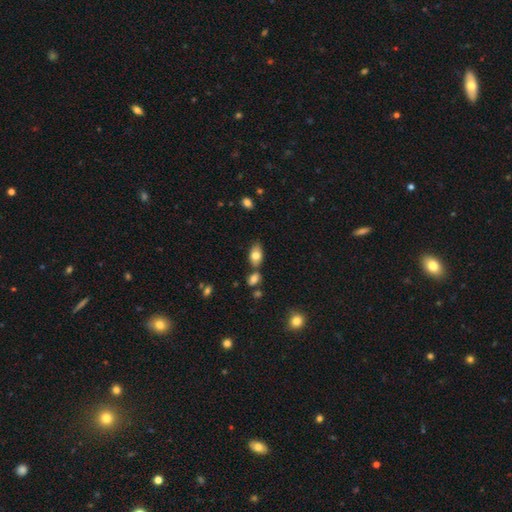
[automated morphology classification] Smooth or featured? smooth (77%)
How rounded? in between (90%)
Merging? none (63%)